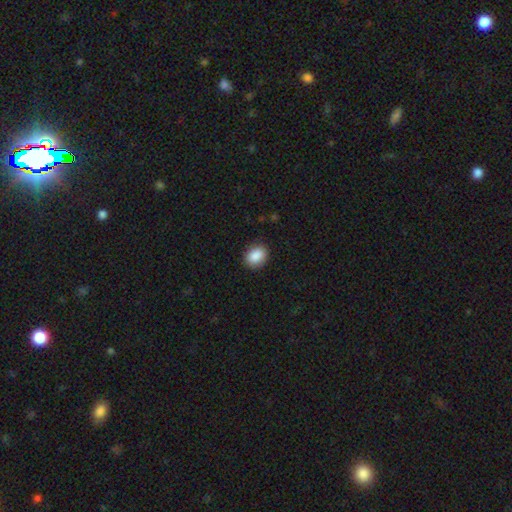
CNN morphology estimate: This is clearly a smooth galaxy (89%). How rounded: possibly in between (58%). Merging: clearly none (87%).